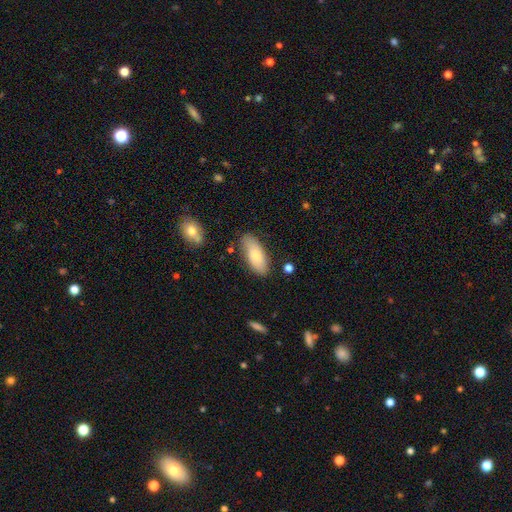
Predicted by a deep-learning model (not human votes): smooth-or-featured: smooth: 74% | featured or disk: 19% | star or artifact: 6%
  how-rounded: in between: 83% | cigar-shaped: 14% | round: 2%
  merging: none: 77% | minor disturbance: 17% | major disturbance: 3% | merger: 3%